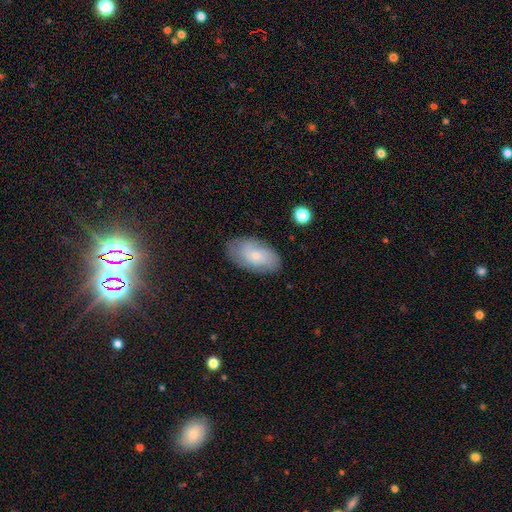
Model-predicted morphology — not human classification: smooth 64%, featured or disk 28%, star or artifact 7%. Down the decision tree: how rounded — in between (94%); merging — none (79%).